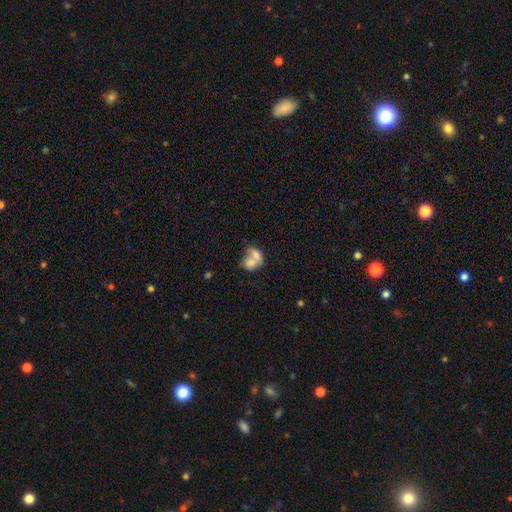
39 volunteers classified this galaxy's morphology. Smooth or featured? smooth (79%)
How rounded? round (52%)
Merging? merger (81%)